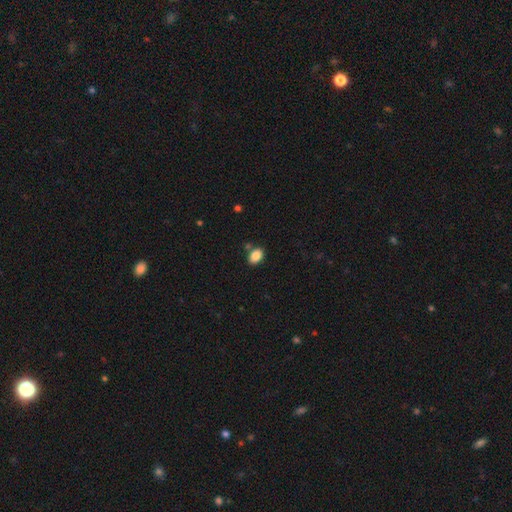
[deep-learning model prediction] Smooth or featured: smooth — 87% (star or artifact — 9%)
How rounded: in between — 82% (round — 17%)
Merging: none — 78% (minor disturbance — 12%)